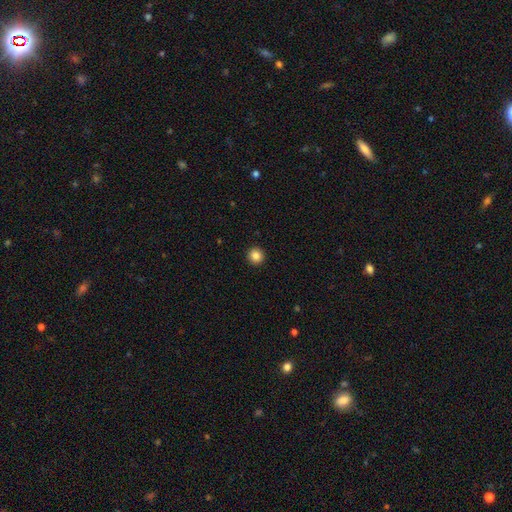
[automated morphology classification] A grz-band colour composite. It shows a smooth galaxy with no disk features (86%) that is round (96%). Merging: none (94%).